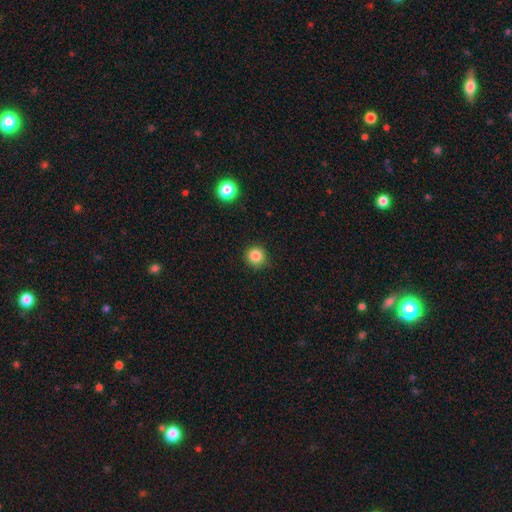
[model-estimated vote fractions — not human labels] Q: Smooth or featured?
A: smooth (84%); runner-up: star or artifact (12%)
Q: How rounded?
A: round (93%); runner-up: in between (6%)
Q: Merging?
A: none (89%); runner-up: minor disturbance (8%)